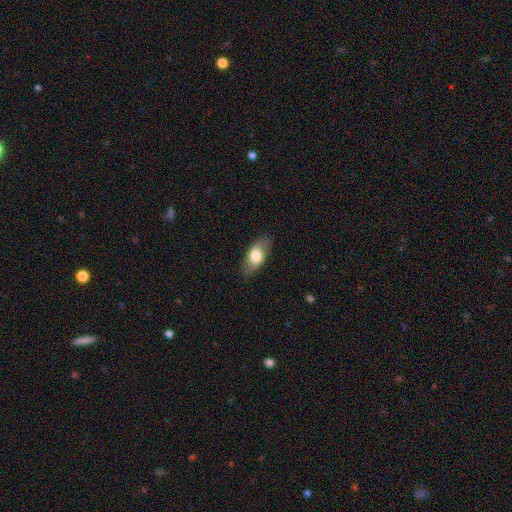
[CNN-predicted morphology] Smooth or featured? Predicted: smooth (p=0.70). How rounded? Predicted: in between (p=0.86). Merging? Predicted: none (p=0.83).